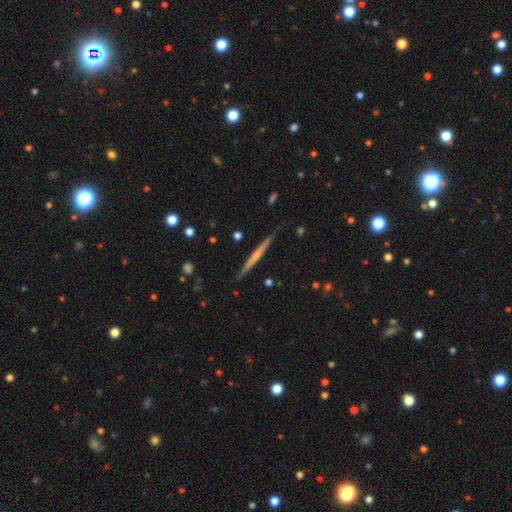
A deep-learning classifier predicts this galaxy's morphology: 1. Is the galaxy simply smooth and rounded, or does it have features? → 59% featured or disk, 35% smooth, 6% star or artifact.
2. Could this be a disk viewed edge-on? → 98% yes, 2% no.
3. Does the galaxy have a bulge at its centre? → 71% none, 22% rounded, 7% boxy.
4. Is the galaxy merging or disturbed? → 86% none, 10% minor disturbance, 2% major disturbance, 2% merger.